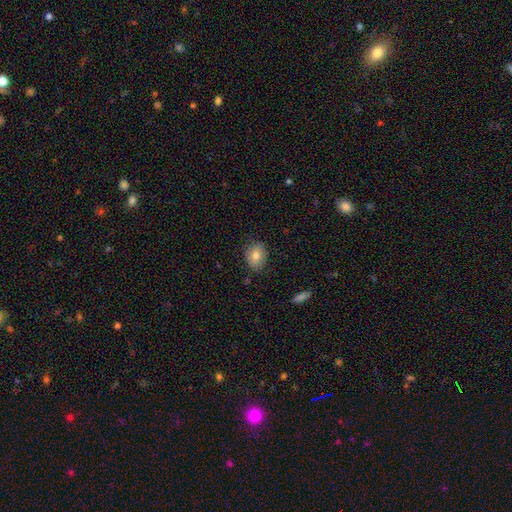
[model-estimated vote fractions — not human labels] A smooth galaxy with no disk features (79%) that is in between round and cigar-shaped (60%).

Vote fractions:
- Smooth or featured? smooth: 79% / featured or disk: 13% / star or artifact: 9%
- How rounded? in between: 60% / round: 39% / cigar-shaped: 1%
- Merging? none: 82% / minor disturbance: 14% / major disturbance: 3% / merger: 1%